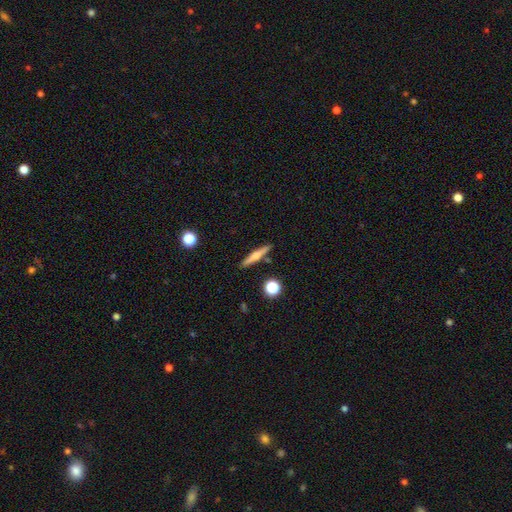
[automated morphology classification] featured or disk 51%, smooth 42%, star or artifact 8%. Down the decision tree: edge-on disk — yes (97%); merging — none (89%).